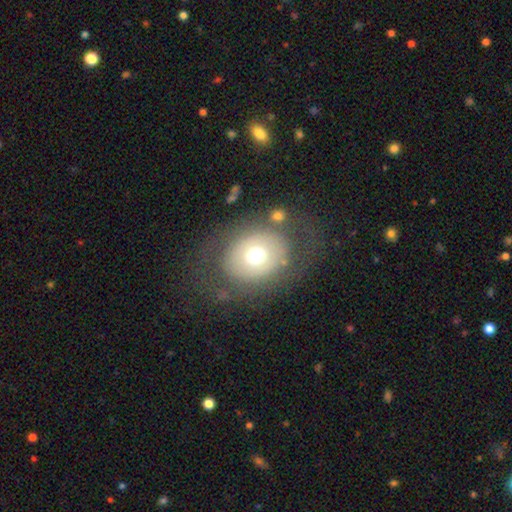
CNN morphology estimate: Smooth or featured: smooth — 60% (featured or disk — 27%)
How rounded: round — 64% (in between — 35%)
Merging: none — 64% (major disturbance — 17%)